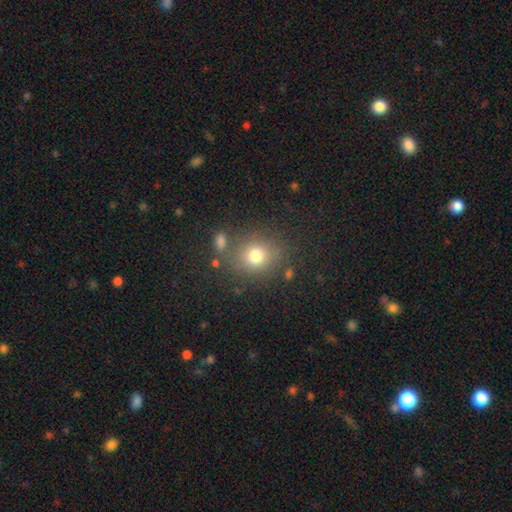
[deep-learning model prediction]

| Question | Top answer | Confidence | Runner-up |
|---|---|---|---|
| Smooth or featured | smooth | 75% | star or artifact (15%) |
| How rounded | round | 72% | in between (27%) |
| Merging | none | 76% | minor disturbance (12%) |